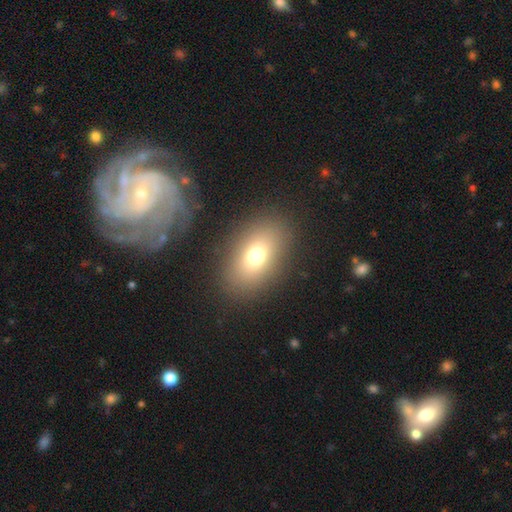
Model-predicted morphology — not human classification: smooth 72%, featured or disk 14%, star or artifact 14%. Down the decision tree: how rounded — in between (81%); merging — none (85%).